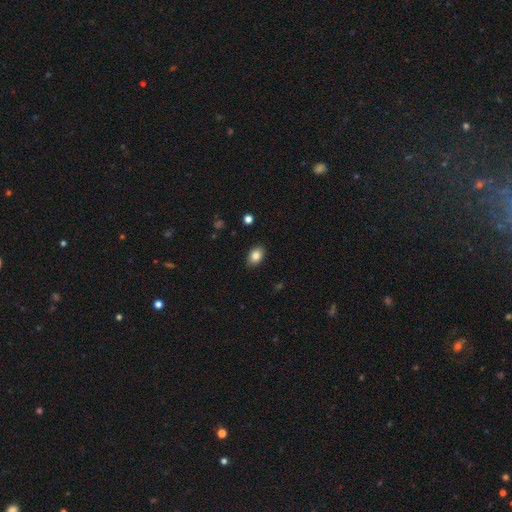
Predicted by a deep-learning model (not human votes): Overall: smooth (85%). How rounded: in between (81%). Merging: none (87%).